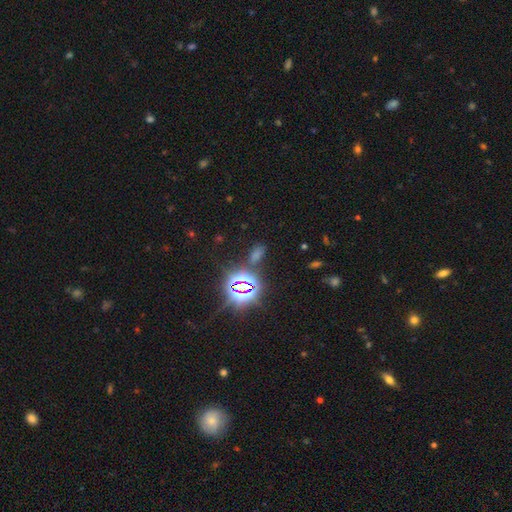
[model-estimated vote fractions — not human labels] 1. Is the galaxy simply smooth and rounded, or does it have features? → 70% star or artifact, 22% smooth, 8% featured or disk.